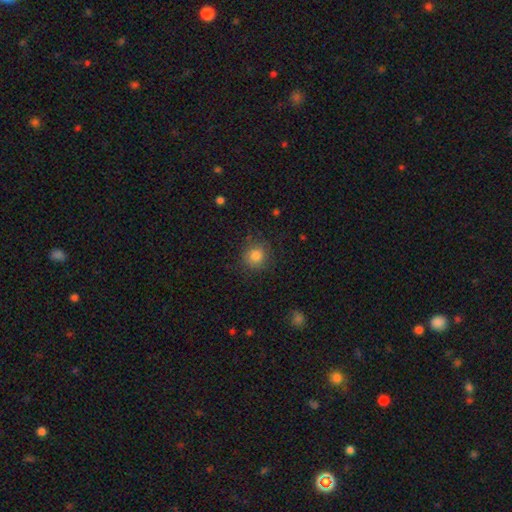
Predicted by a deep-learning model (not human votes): Overall: smooth (83%). How rounded: round (89%). Merging: none (82%).